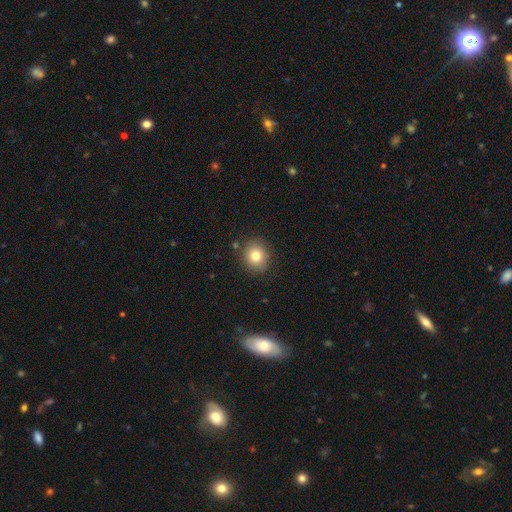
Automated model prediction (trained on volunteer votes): Smooth or featured: smooth — 79% (star or artifact — 11%)
How rounded: round — 79% (in between — 20%)
Merging: none — 86% (minor disturbance — 9%)